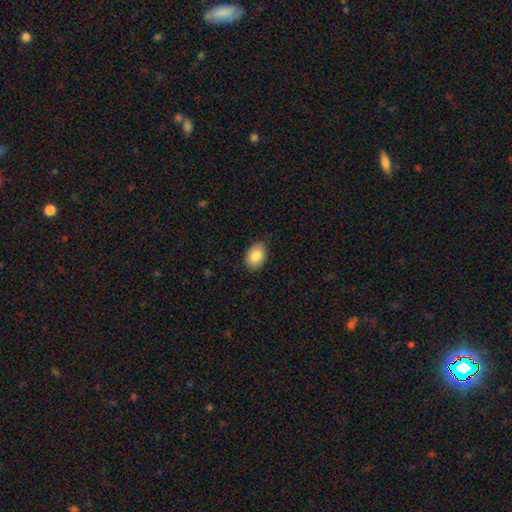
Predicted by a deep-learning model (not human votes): This appears to be a smooth galaxy with no disk features (84%) that is in between round and cigar-shaped (83%). Merging: none (85%).